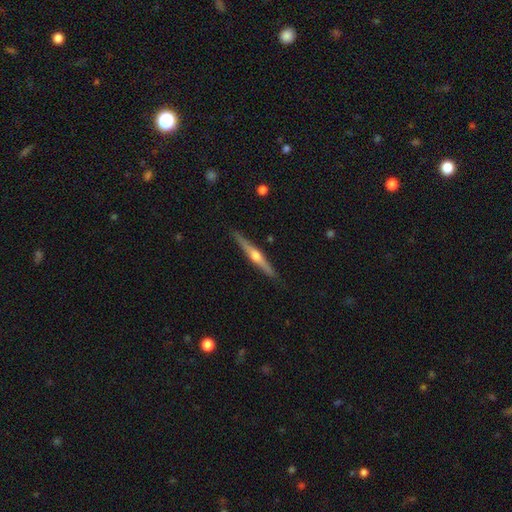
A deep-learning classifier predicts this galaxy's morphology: smooth-or-featured: featured or disk: 74% | smooth: 21% | star or artifact: 5%
  disk-edge-on: yes: 98% | no: 2%
    edge-on-bulge: rounded: 92% | none: 4% | boxy: 4%
  merging: none: 90% | minor disturbance: 8% | major disturbance: 1% | merger: 1%